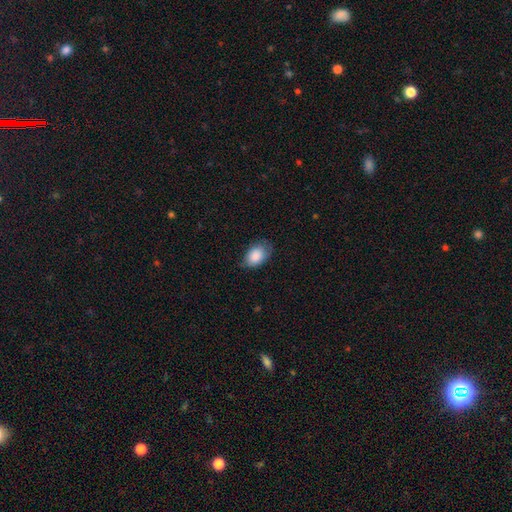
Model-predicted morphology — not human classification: A smooth galaxy with no disk features (86%) that is in between round and cigar-shaped (89%).

Vote fractions:
- Smooth or featured? smooth: 86% / featured or disk: 8% / star or artifact: 7%
- How rounded? in between: 89% / round: 10% / cigar-shaped: 1%
- Merging? none: 65% / minor disturbance: 28% / major disturbance: 6% / merger: 1%